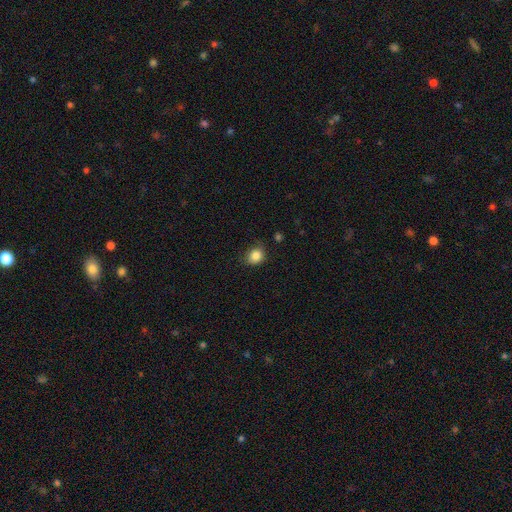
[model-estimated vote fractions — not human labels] This appears to be a smooth galaxy with no disk features (85%) that is round (65%). Merging: none (74%).